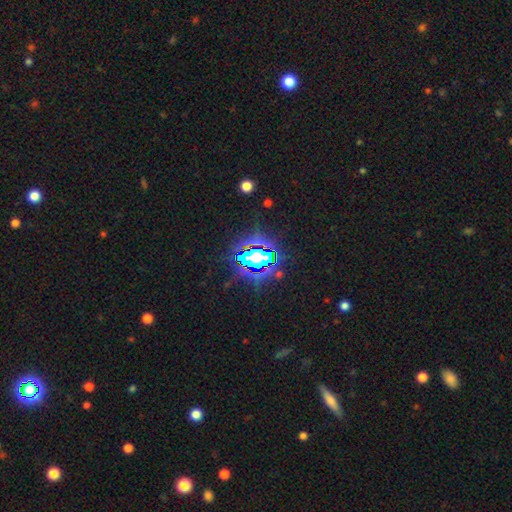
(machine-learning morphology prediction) type=star or artifact (70%).